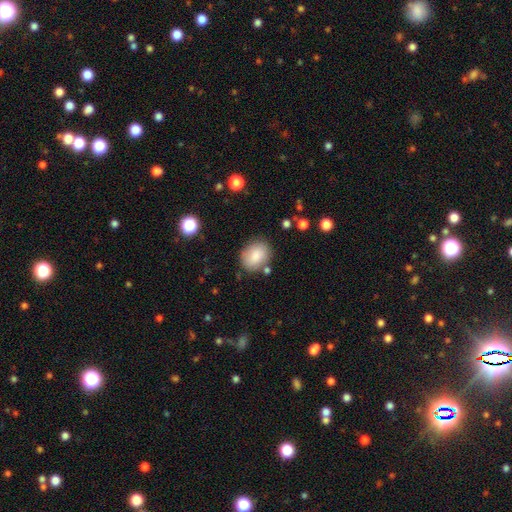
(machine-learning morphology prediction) smooth-or-featured: smooth: 85% | star or artifact: 8% | featured or disk: 7%
  how-rounded: in between: 56% | round: 43% | cigar-shaped: 1%
  merging: none: 76% | minor disturbance: 15% | merger: 5% | major disturbance: 4%